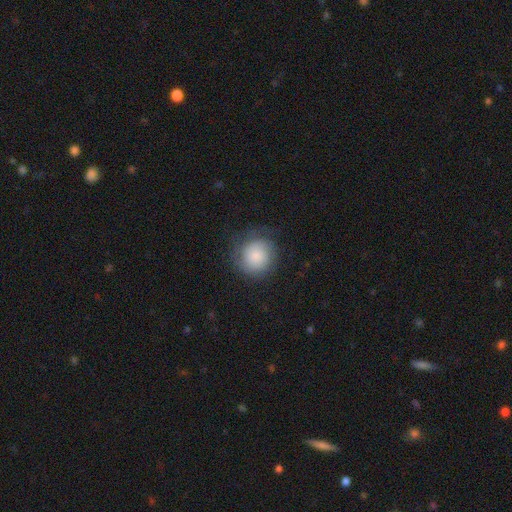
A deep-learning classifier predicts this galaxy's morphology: Q: Smooth or featured?
A: smooth (72%); runner-up: featured or disk (21%)
Q: How rounded?
A: round (92%); runner-up: in between (8%)
Q: Merging?
A: none (73%); runner-up: minor disturbance (17%)